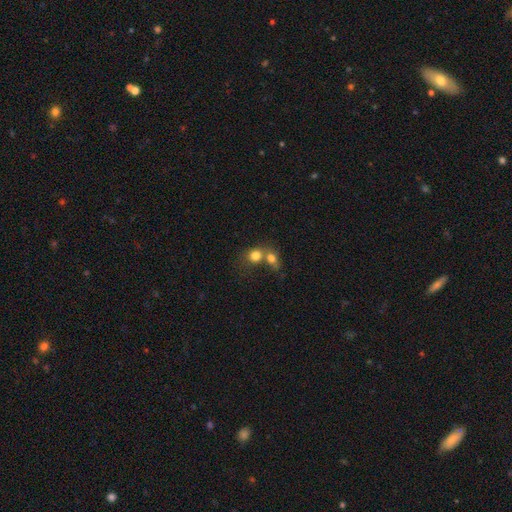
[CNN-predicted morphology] This appears to be a smooth galaxy with no disk features (77%) that is round (68%). Merging: merger (57%).